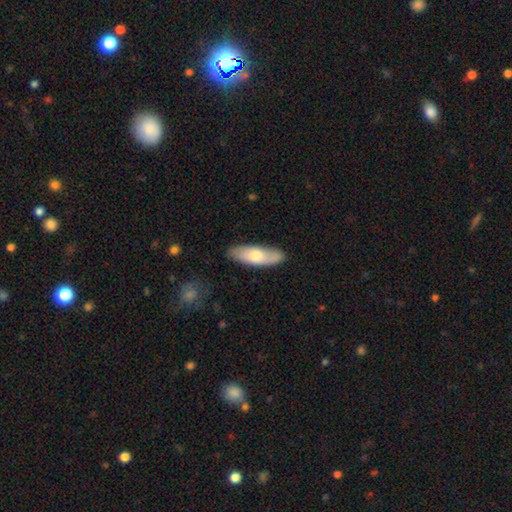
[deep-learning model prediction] This is likely a smooth galaxy (68%). How rounded: possibly in between (55%). Merging: clearly none (84%).